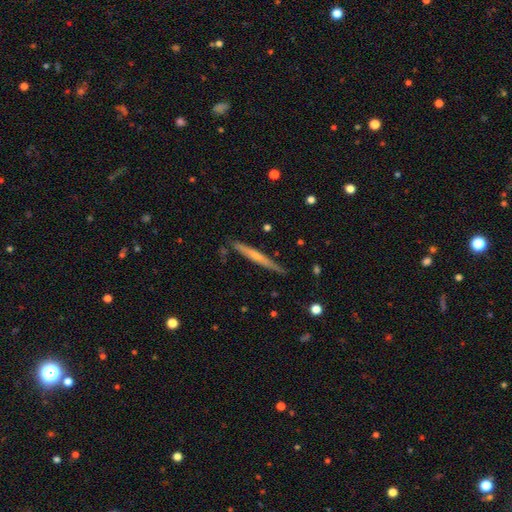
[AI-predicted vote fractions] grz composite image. It shows a featured or disk galaxy (50%). Merging: none (84%).